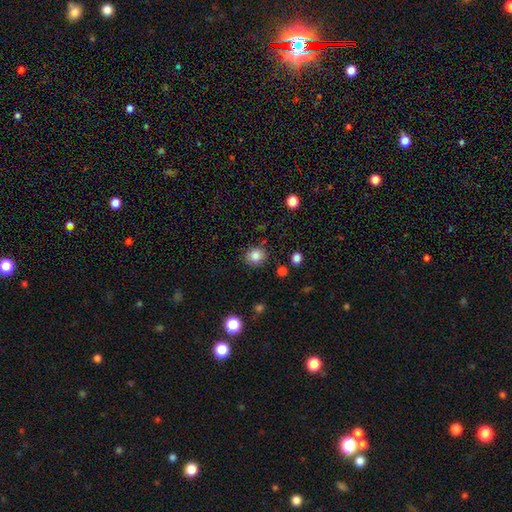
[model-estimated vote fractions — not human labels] Q: Smooth or featured?
A: smooth (84%); runner-up: star or artifact (11%)
Q: How rounded?
A: round (77%); runner-up: in between (23%)
Q: Merging?
A: none (84%); runner-up: minor disturbance (10%)